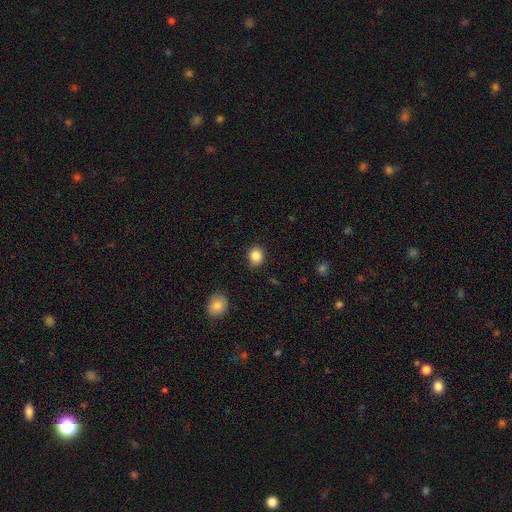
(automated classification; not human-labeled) Smooth or featured: smooth — 86% (star or artifact — 10%)
How rounded: round — 70% (in between — 29%)
Merging: none — 88% (minor disturbance — 9%)